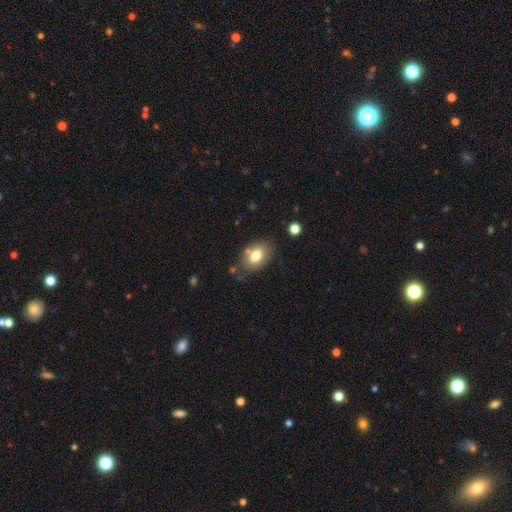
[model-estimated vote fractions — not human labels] This is likely a smooth galaxy (77%). How rounded: clearly in between (82%). Merging: likely none (72%).